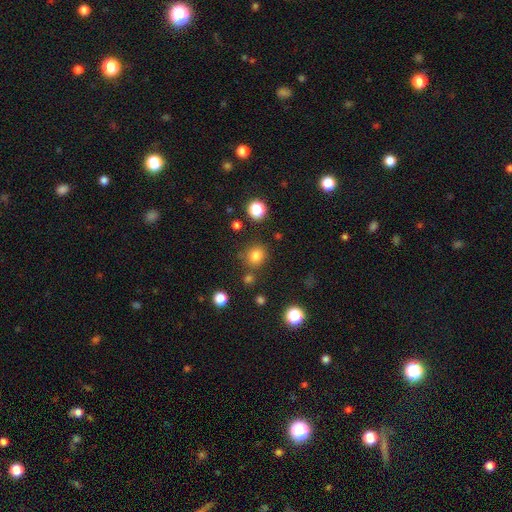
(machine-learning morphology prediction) Smooth or featured? Predicted: smooth (p=0.81). How rounded? Predicted: round (p=0.82). Merging? Predicted: none (p=0.79).